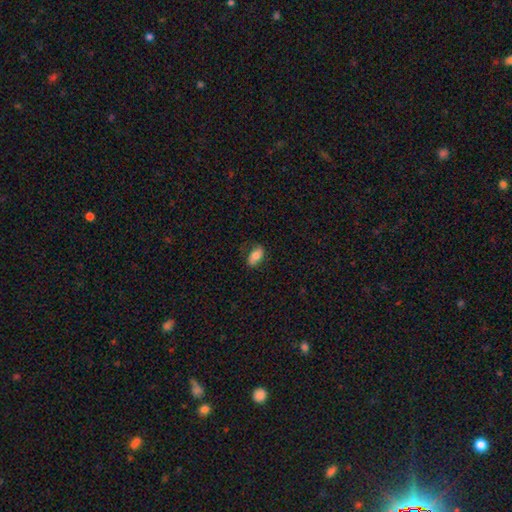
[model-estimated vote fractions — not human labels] smooth-or-featured: smooth: 73% | featured or disk: 19% | star or artifact: 8%
  how-rounded: in between: 90% | round: 5% | cigar-shaped: 5%
  merging: none: 74% | minor disturbance: 19% | major disturbance: 5% | merger: 1%